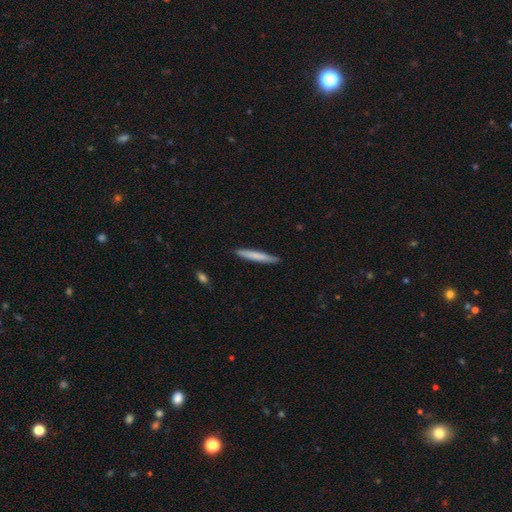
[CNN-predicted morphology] Smooth or featured: smooth — 72% (featured or disk — 22%)
How rounded: cigar-shaped — 96% (in between — 3%)
Merging: none — 90% (minor disturbance — 8%)